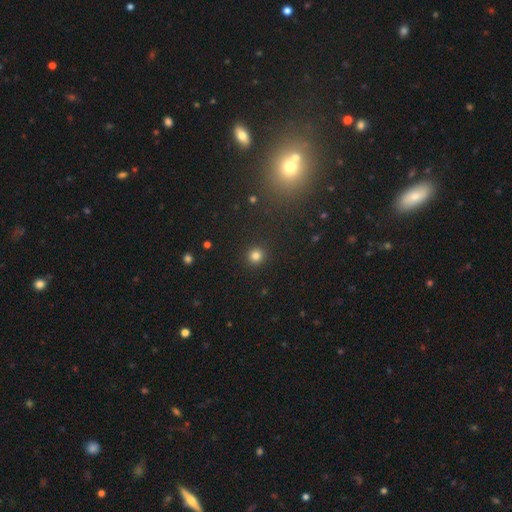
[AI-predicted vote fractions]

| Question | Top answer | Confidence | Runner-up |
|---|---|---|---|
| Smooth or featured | smooth | 81% | star or artifact (14%) |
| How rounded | round | 93% | in between (6%) |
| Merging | none | 91% | minor disturbance (5%) |